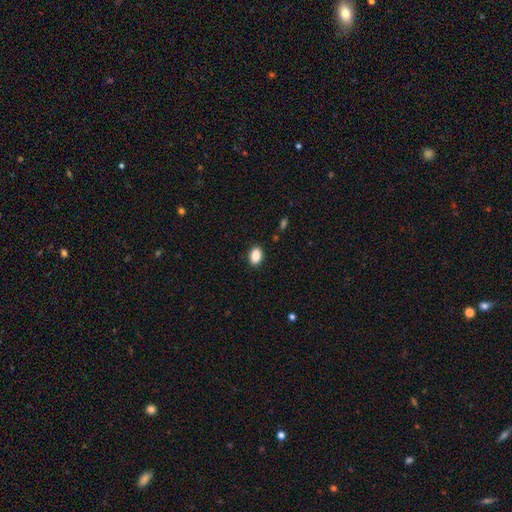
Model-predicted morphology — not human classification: A smooth galaxy with no disk features (89%) that is in between round and cigar-shaped (85%).

Vote fractions:
- Smooth or featured? smooth: 89% / star or artifact: 8% / featured or disk: 3%
- How rounded? in between: 85% / round: 14% / cigar-shaped: 1%
- Merging? none: 89% / minor disturbance: 8% / major disturbance: 2% / merger: 1%